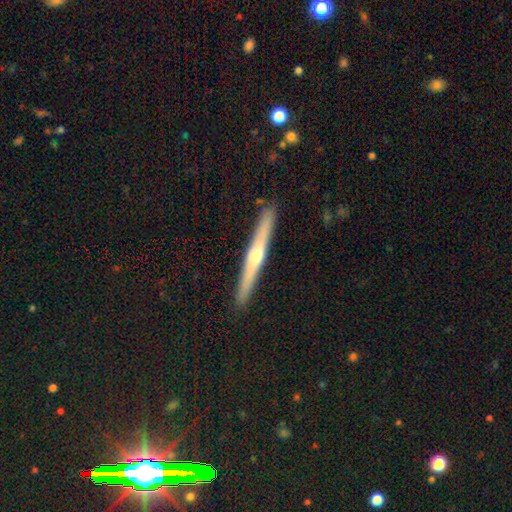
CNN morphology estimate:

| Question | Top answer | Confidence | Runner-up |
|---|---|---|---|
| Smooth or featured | featured or disk | 64% | smooth (30%) |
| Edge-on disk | yes | 98% | no (2%) |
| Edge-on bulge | rounded | 80% | none (16%) |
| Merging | none | 92% | minor disturbance (6%) |